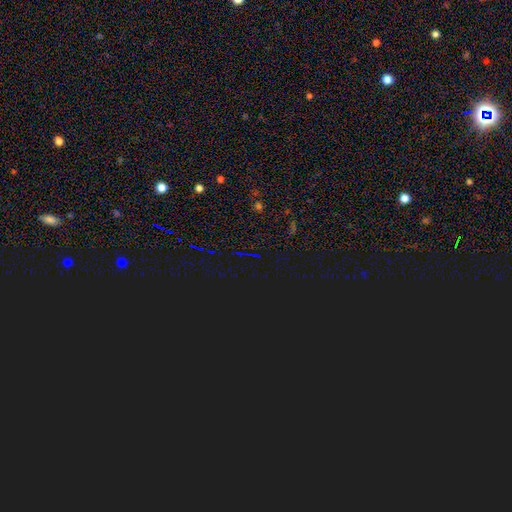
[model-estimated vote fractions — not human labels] Overall: star or artifact (82%).